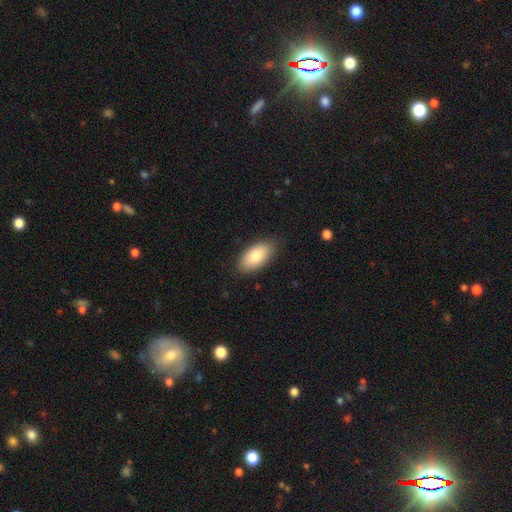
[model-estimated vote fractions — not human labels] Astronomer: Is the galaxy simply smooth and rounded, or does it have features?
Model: smooth — 82%.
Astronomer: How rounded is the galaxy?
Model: in between — 93%.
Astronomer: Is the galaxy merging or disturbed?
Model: none — 84%.